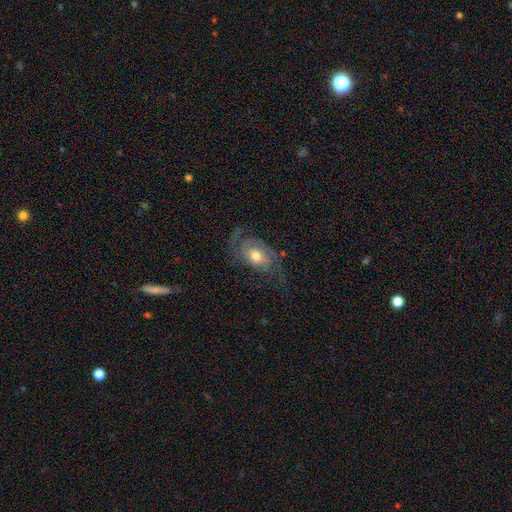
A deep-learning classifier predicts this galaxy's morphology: type=featured or disk (70%); edge-on=no (95%); bar=no (70%); spiral arms=yes (86%); winding=medium (39%); arm count=2 (49%); bulge=moderate (71%); merging=none (54%).